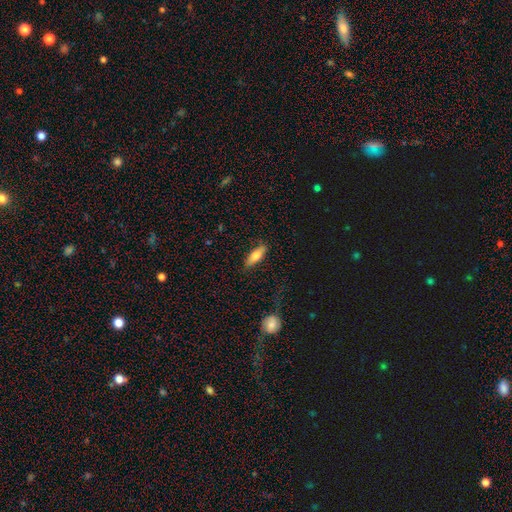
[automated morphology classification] type=smooth (72%); roundness=in between (54%); merging=none (82%).